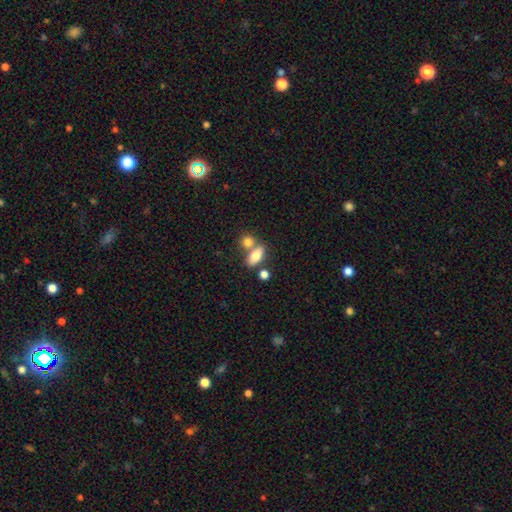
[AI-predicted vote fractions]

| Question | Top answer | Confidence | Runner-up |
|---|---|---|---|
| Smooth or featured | smooth | 76% | featured or disk (17%) |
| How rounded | in between | 79% | cigar-shaped (12%) |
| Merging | none | 48% | merger (38%) |